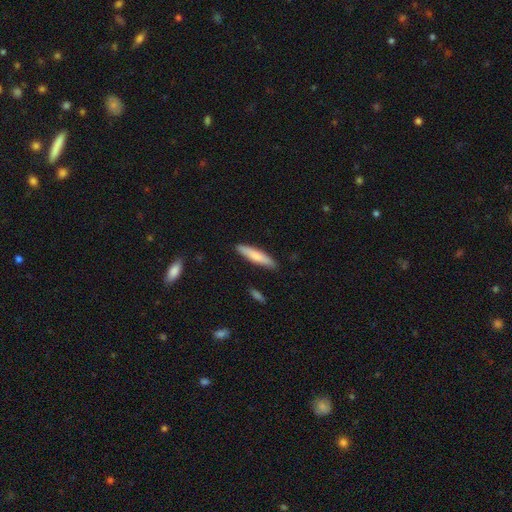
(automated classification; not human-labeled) Q: Smooth or featured?
A: smooth (77%); runner-up: featured or disk (17%)
Q: How rounded?
A: cigar-shaped (84%); runner-up: in between (15%)
Q: Merging?
A: none (88%); runner-up: minor disturbance (9%)